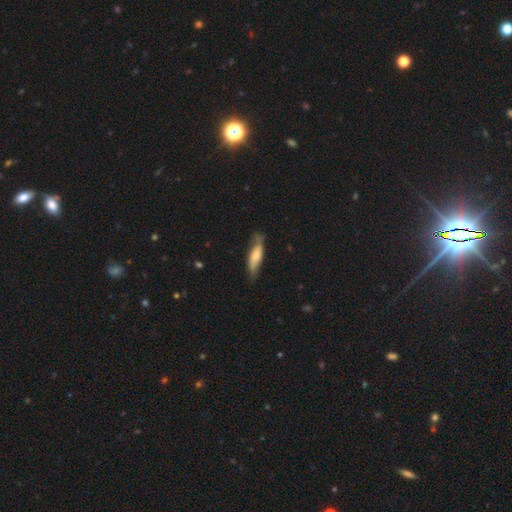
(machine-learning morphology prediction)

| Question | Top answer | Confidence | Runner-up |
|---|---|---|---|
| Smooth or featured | smooth | 60% | featured or disk (34%) |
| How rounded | cigar-shaped | 58% | in between (40%) |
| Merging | none | 64% | minor disturbance (27%) |